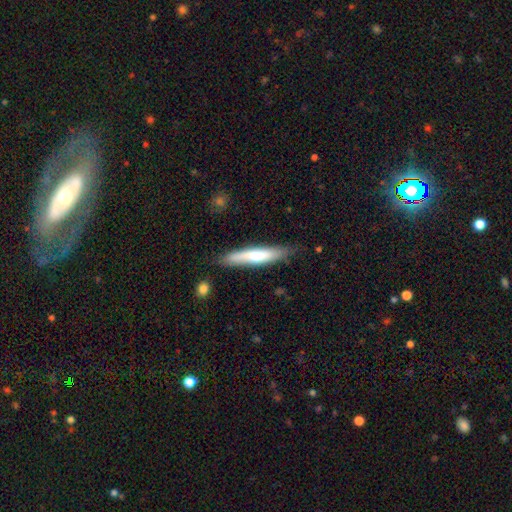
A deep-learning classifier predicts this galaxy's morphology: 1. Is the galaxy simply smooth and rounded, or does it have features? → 59% smooth, 35% featured or disk, 6% star or artifact.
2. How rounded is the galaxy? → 85% cigar-shaped, 13% in between, 1% round.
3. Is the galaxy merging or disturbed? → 79% none, 16% minor disturbance, 3% major disturbance, 2% merger.